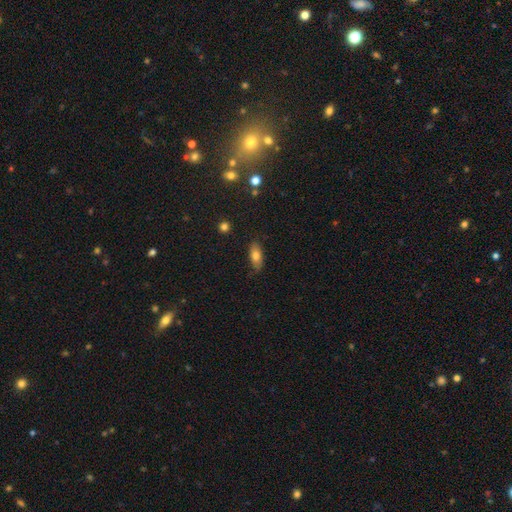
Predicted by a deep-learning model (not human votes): smooth_or_featured: smooth (p=0.74) [alt: featured or disk p=0.18]
how_rounded: in between (p=0.81) [alt: cigar-shaped p=0.15]
merging: none (p=0.78) [alt: minor disturbance p=0.17]